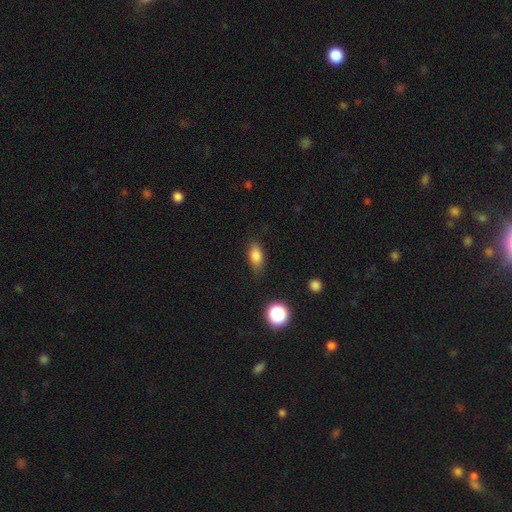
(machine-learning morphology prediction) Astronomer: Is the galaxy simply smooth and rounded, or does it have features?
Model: smooth — 81%.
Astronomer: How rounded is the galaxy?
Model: in between — 82%.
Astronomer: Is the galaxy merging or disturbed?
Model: none — 79%.